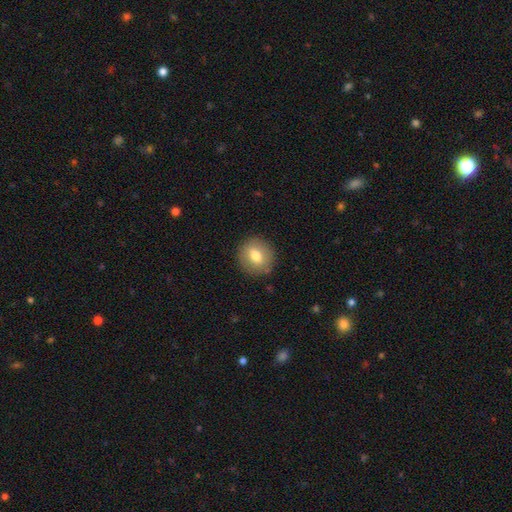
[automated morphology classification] Smooth or featured?
  - smooth: 73% *
  - featured or disk: 18%
  - star or artifact: 8%
How rounded?
  - round: 83% *
  - in between: 16%
  - cigar-shaped: 1%
Merging?
  - none: 88% *
  - minor disturbance: 8%
  - major disturbance: 3%
  - merger: 1%